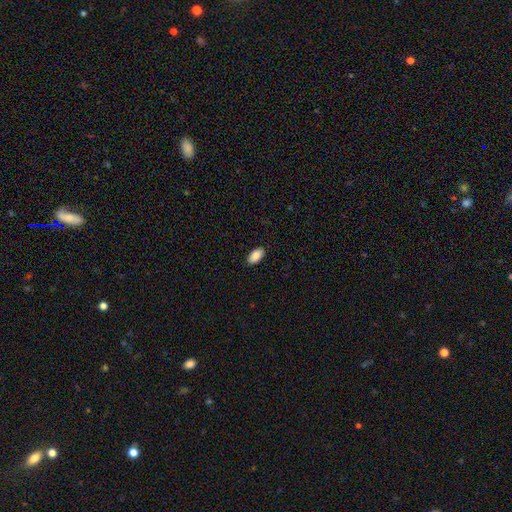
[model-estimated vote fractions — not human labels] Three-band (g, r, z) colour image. It shows a smooth galaxy with no disk features (88%) that is in between round and cigar-shaped (94%). Merging: none (88%).